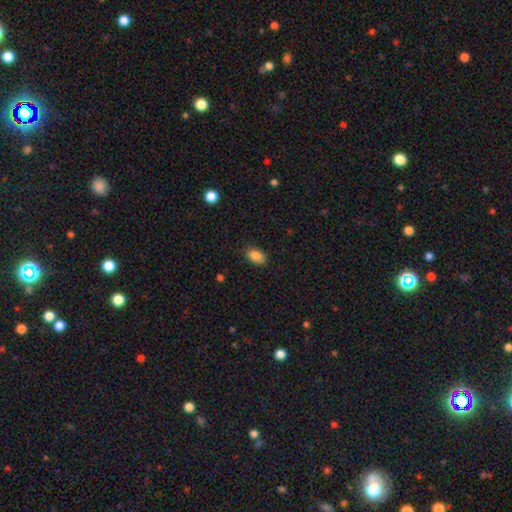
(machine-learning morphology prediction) This is clearly a smooth galaxy (86%). How rounded: clearly in between (88%). Merging: clearly none (86%).